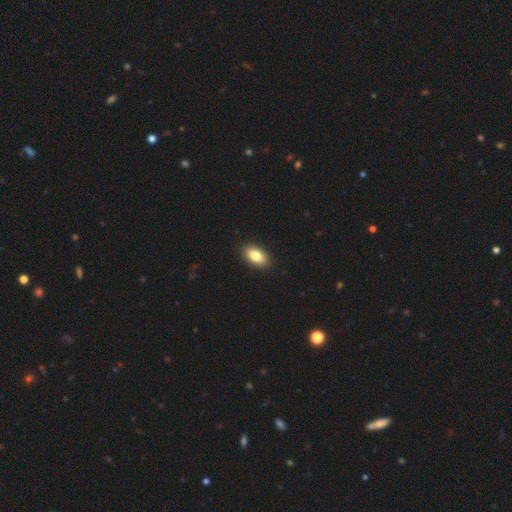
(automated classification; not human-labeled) Smooth or featured? Predicted: smooth (p=0.83). How rounded? Predicted: in between (p=0.93). Merging? Predicted: none (p=0.91).